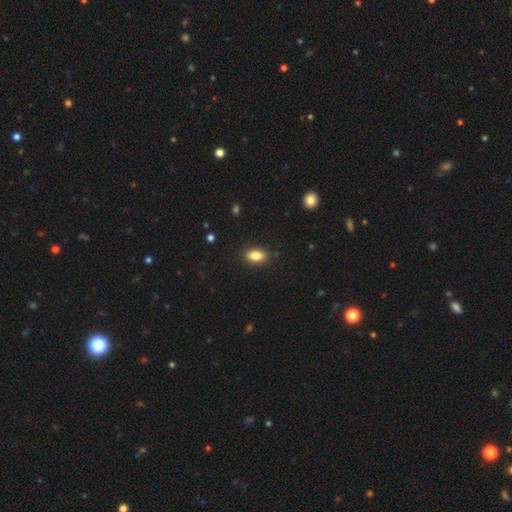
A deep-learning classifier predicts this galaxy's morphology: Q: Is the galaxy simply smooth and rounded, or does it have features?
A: smooth — 85%.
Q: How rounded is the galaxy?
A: in between — 89%.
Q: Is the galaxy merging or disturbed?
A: none — 89%.